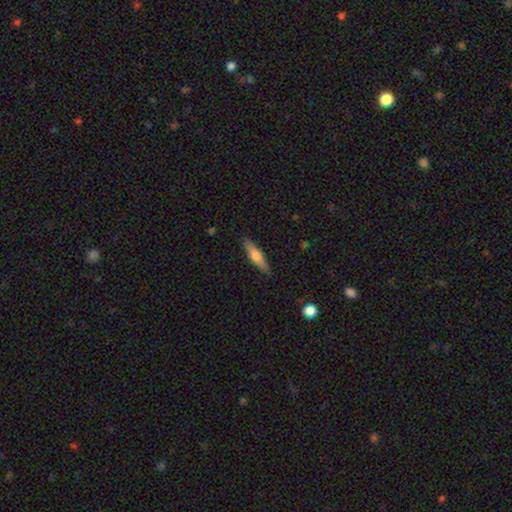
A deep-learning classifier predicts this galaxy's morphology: Q: Smooth or featured?
A: smooth (59%); runner-up: featured or disk (35%)
Q: How rounded?
A: cigar-shaped (78%); runner-up: in between (21%)
Q: Merging?
A: none (89%); runner-up: minor disturbance (8%)